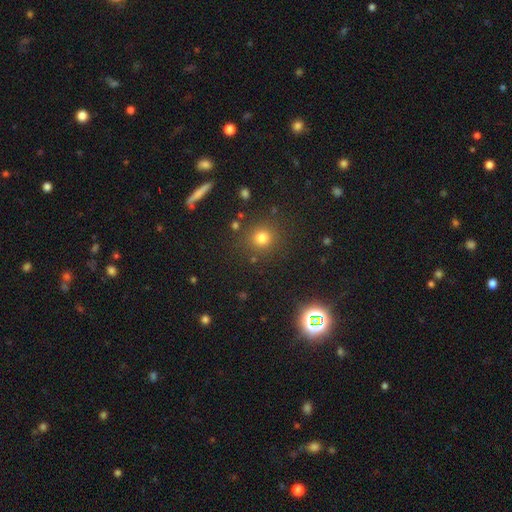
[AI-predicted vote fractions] Smooth or featured: smooth — 47% (star or artifact — 46%)
Merging: none — 87% (minor disturbance — 6%)